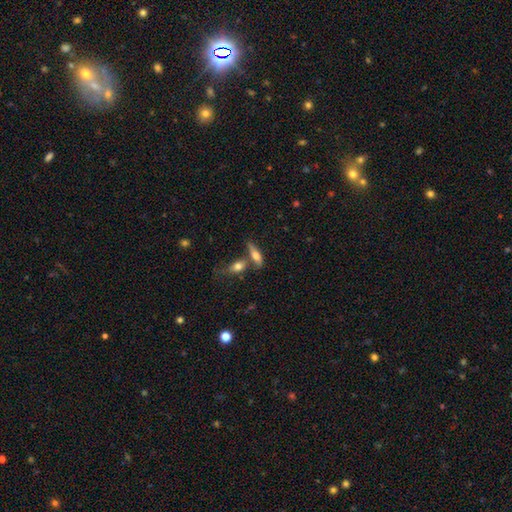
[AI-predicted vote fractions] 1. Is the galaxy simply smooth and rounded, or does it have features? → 56% smooth, 36% featured or disk, 8% star or artifact.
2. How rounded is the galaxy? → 52% cigar-shaped, 44% in between, 4% round.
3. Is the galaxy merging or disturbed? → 52% none, 31% merger, 12% minor disturbance, 5% major disturbance.